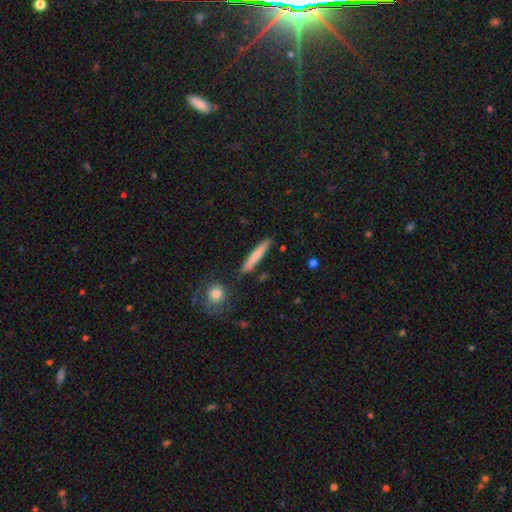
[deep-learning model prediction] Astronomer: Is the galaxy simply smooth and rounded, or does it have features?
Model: smooth — 75%.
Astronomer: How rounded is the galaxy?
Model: cigar-shaped — 94%.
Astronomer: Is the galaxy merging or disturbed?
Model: none — 87%.